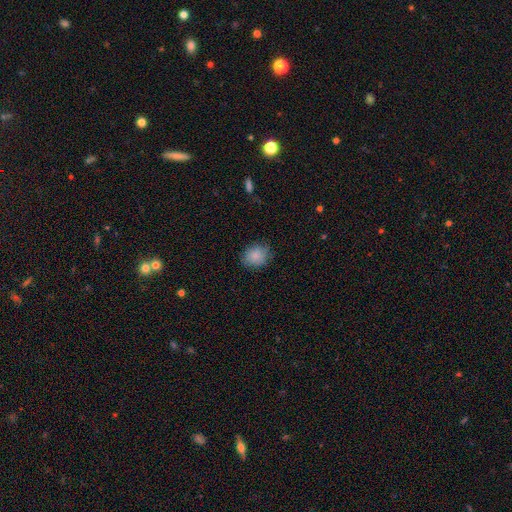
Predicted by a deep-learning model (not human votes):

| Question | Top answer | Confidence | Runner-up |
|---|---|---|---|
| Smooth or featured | smooth | 86% | star or artifact (8%) |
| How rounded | round | 56% | in between (43%) |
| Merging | none | 77% | minor disturbance (17%) |